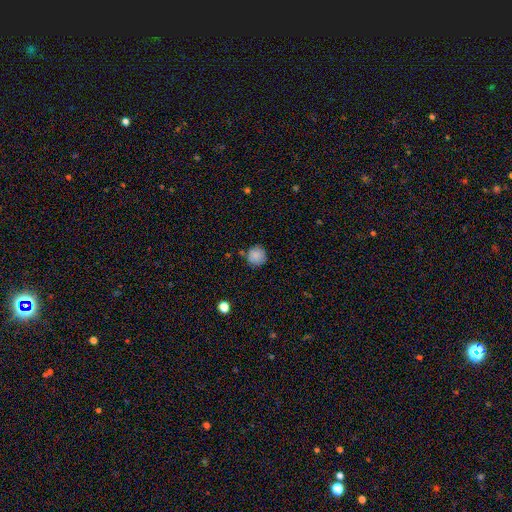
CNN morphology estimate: Smooth or featured? smooth (86%)
How rounded? round (93%)
Merging? none (79%)